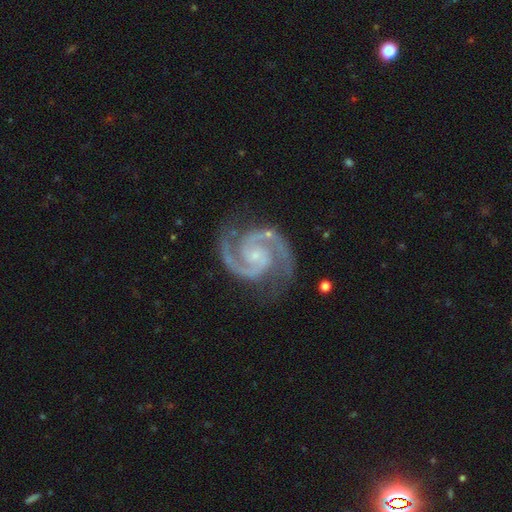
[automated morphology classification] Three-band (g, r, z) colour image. It shows a featured or disk galaxy (94%) with no bar (59%), 2 (94%) medium (54%) spiral arms (99%) and a small central bulge (71%). Merging: none (79%).